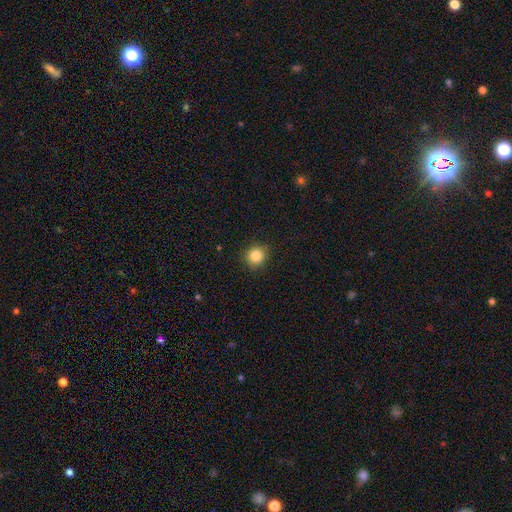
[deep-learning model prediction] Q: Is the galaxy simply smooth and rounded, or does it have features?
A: smooth — 85%.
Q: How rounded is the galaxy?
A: round — 89%.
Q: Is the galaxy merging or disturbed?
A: none — 90%.